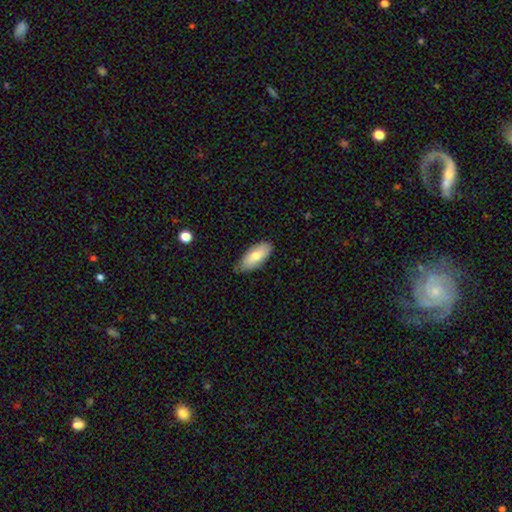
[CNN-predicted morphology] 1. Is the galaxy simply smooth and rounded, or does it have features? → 76% smooth, 19% featured or disk, 6% star or artifact.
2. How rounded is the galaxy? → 87% in between, 11% cigar-shaped, 2% round.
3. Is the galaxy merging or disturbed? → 75% none, 21% minor disturbance, 3% major disturbance, 1% merger.